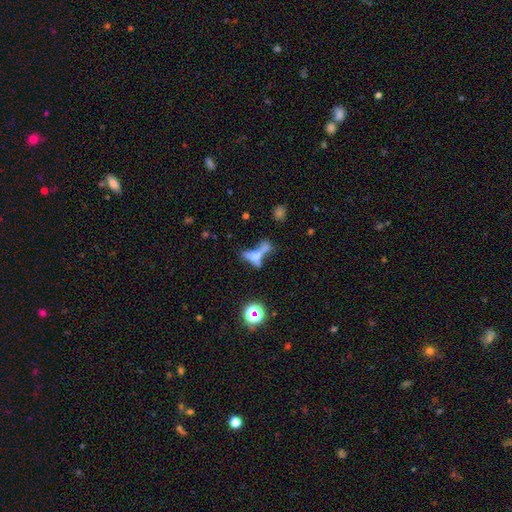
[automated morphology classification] A smooth galaxy with no disk features (49%). Merging: merger (54%).